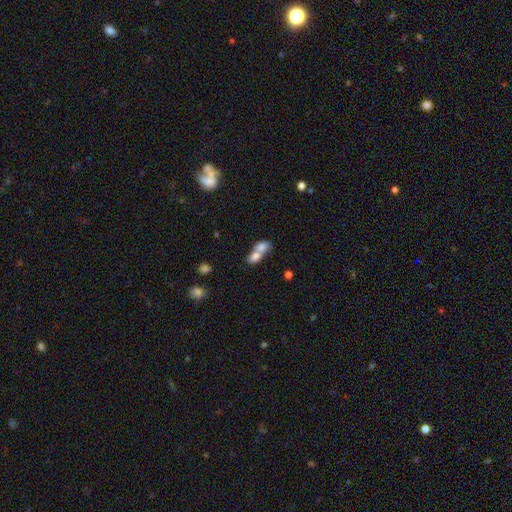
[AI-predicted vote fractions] This appears to be a smooth galaxy with no disk features (75%) that is in between round and cigar-shaped (70%). Merging: merger (78%).